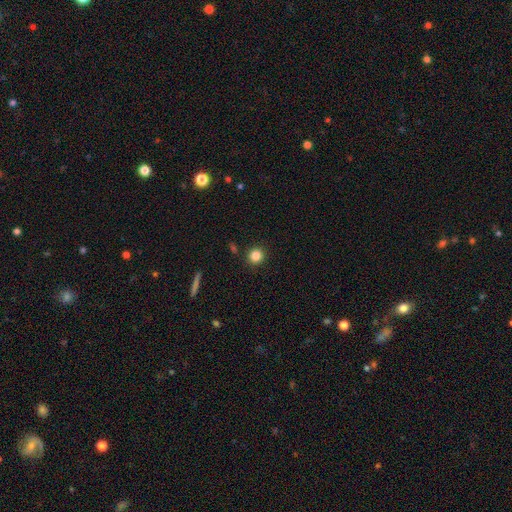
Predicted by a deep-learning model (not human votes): The model was most divided on "smooth or featured": smooth: 84%, star or artifact: 11%, featured or disk: 5%. More confident: how rounded — round (92%); merging — none (90%).